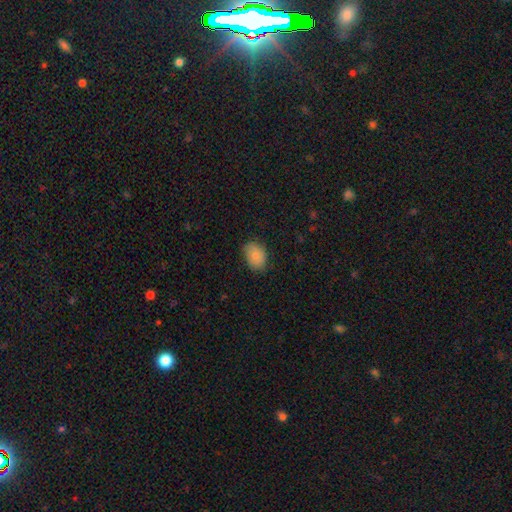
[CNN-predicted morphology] A smooth galaxy with no disk features (81%) that is in between round and cigar-shaped (78%).

Vote fractions:
- Smooth or featured? smooth: 81% / featured or disk: 11% / star or artifact: 7%
- How rounded? in between: 78% / round: 21% / cigar-shaped: 1%
- Merging? none: 74% / minor disturbance: 21% / major disturbance: 4% / merger: 1%